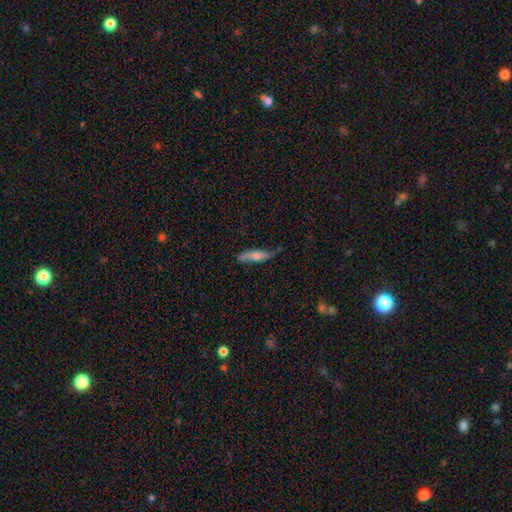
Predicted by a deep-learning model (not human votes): This is likely a smooth galaxy (69%). How rounded: likely cigar-shaped (69%). Merging: likely none (67%).